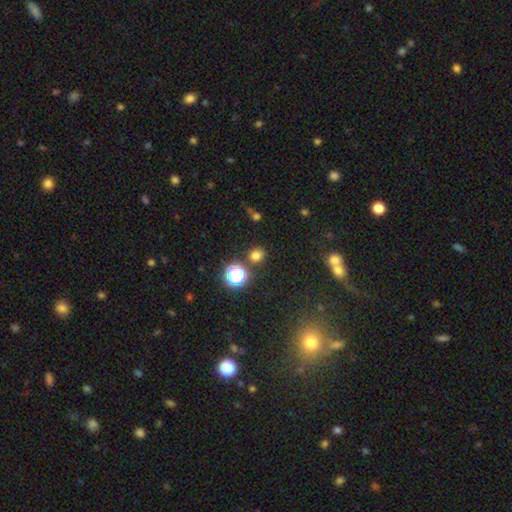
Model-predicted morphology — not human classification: Smooth or featured? Predicted: smooth (p=0.74). How rounded? Predicted: round (p=0.85). Merging? Predicted: none (p=0.84).